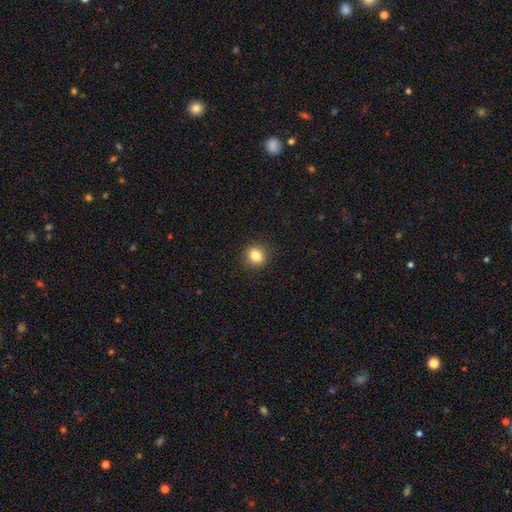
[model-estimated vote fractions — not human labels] Smooth or featured?
  - smooth: 83% *
  - star or artifact: 11%
  - featured or disk: 6%
How rounded?
  - round: 82% *
  - in between: 17%
  - cigar-shaped: 1%
Merging?
  - none: 91% *
  - minor disturbance: 6%
  - major disturbance: 2%
  - merger: 1%